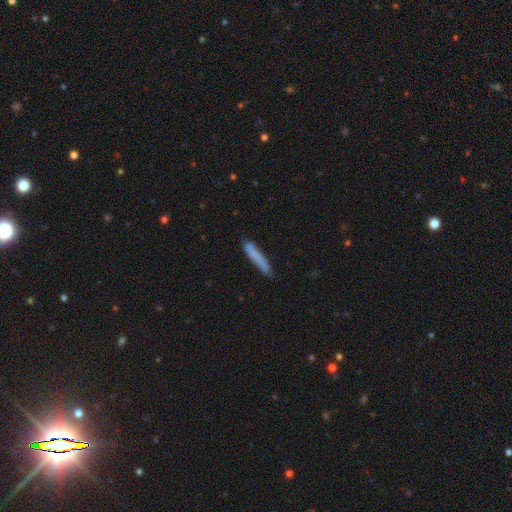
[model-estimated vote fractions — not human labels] Smooth or featured: smooth — 73% (featured or disk — 20%)
How rounded: cigar-shaped — 93% (in between — 5%)
Merging: none — 78% (minor disturbance — 17%)